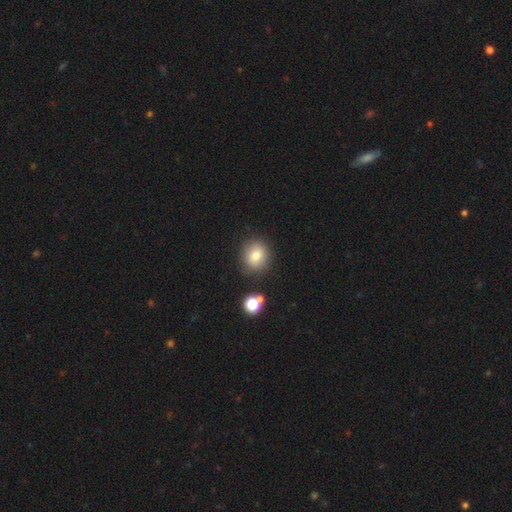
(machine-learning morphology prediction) This is clearly a smooth galaxy (81%). How rounded: clearly round (83%). Merging: clearly none (84%).